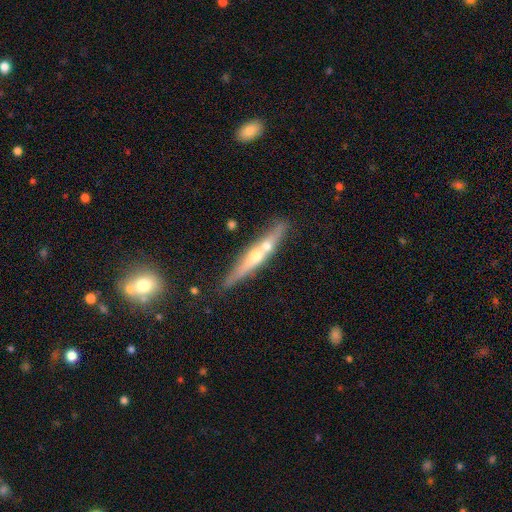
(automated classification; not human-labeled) Smooth or featured: featured or disk — 61% (smooth — 32%)
Edge-on disk: yes — 90% (no — 10%)
Edge-on bulge: rounded — 87% (none — 9%)
Merging: none — 65% (merger — 19%)